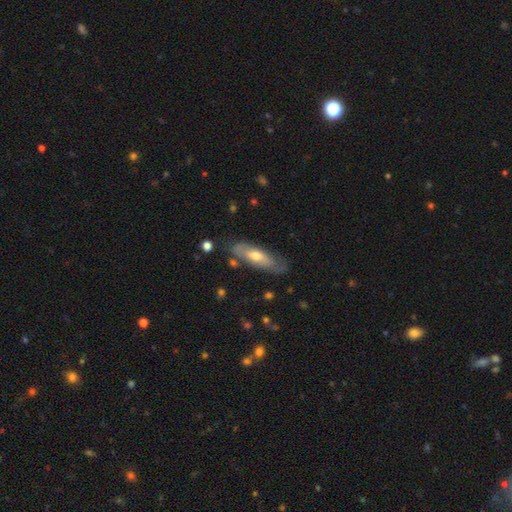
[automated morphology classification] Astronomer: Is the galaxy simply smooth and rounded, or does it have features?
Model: featured or disk — 48% (runner-up: smooth, 46%).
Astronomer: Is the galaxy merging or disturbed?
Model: none — 70%.